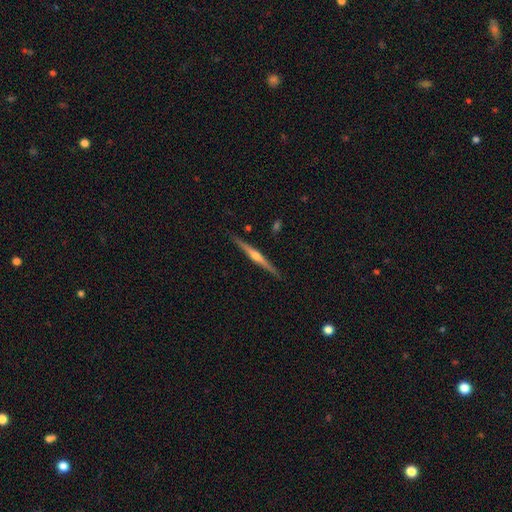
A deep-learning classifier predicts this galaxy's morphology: smooth-or-featured: featured or disk: 77% | smooth: 17% | star or artifact: 6%
  disk-edge-on: yes: 98% | no: 2%
    edge-on-bulge: rounded: 85% | none: 9% | boxy: 6%
  merging: none: 90% | minor disturbance: 7% | merger: 1% | major disturbance: 1%